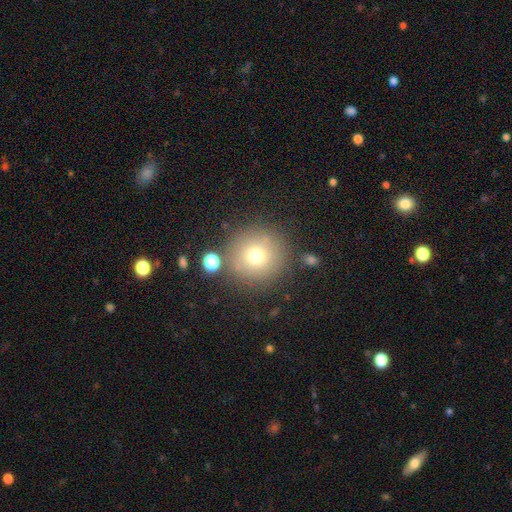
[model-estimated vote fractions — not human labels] Smooth or featured? Predicted: smooth (p=0.70). How rounded? Predicted: round (p=0.95). Merging? Predicted: none (p=0.82).